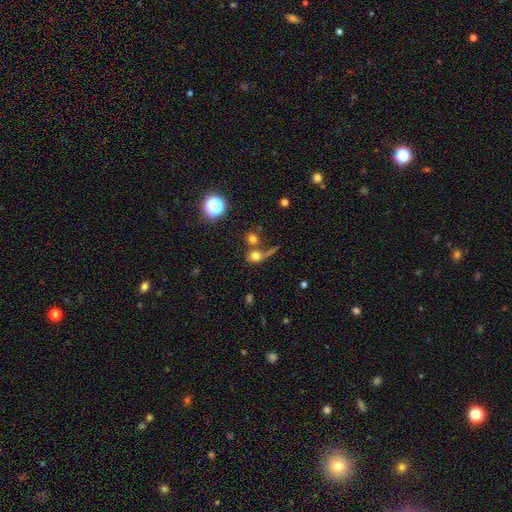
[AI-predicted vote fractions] smooth-or-featured: smooth: 70% | star or artifact: 16% | featured or disk: 13%
  how-rounded: round: 74% | in between: 22% | cigar-shaped: 3%
  merging: none: 41% | merger: 35% | major disturbance: 13% | minor disturbance: 11%